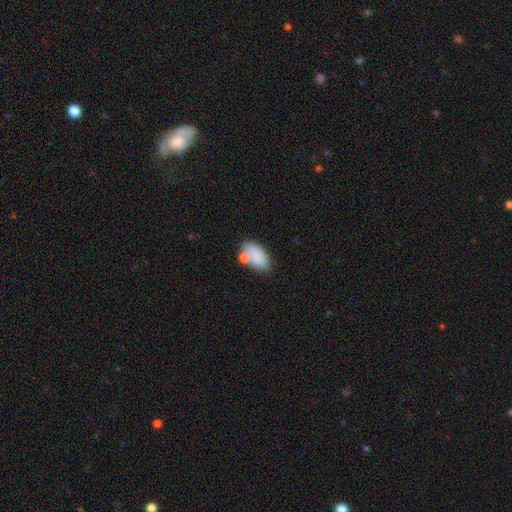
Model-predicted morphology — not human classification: Smooth or featured?
  - smooth: 82% *
  - featured or disk: 10%
  - star or artifact: 8%
How rounded?
  - in between: 92% *
  - round: 6%
  - cigar-shaped: 2%
Merging?
  - none: 56% *
  - merger: 21%
  - minor disturbance: 17%
  - major disturbance: 6%